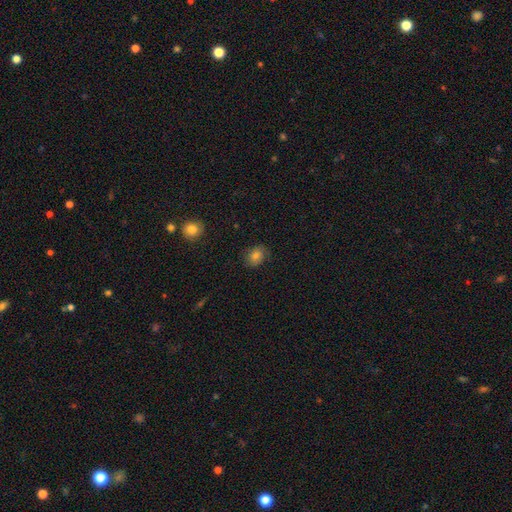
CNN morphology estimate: Overall: smooth (76%). How rounded: round (53%; in between 46%). Merging: none (77%).